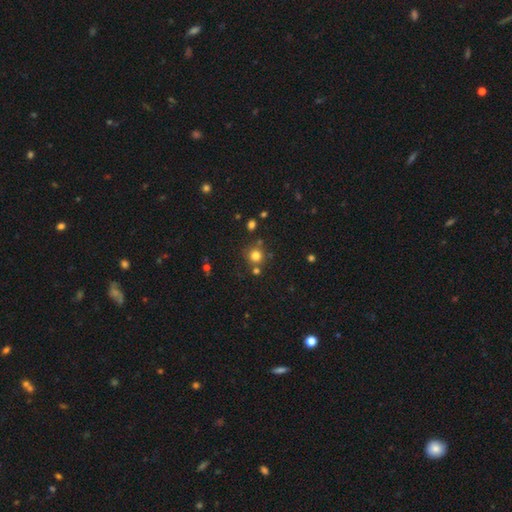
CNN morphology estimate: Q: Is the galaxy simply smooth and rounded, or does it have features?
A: smooth — 78%.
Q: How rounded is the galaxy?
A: round — 92%.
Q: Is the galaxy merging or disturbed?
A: none — 76%.